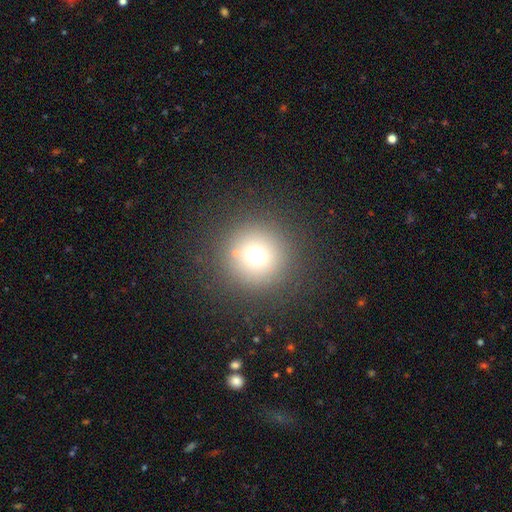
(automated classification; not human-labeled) Q: Smooth or featured?
A: smooth (68%); runner-up: star or artifact (22%)
Q: How rounded?
A: round (95%); runner-up: in between (4%)
Q: Merging?
A: none (86%); runner-up: minor disturbance (7%)